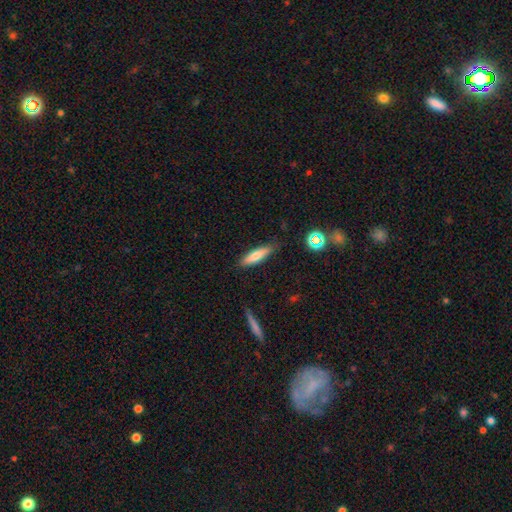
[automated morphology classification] This is likely a smooth galaxy (71%). How rounded: likely cigar-shaped (64%). Merging: clearly none (80%).